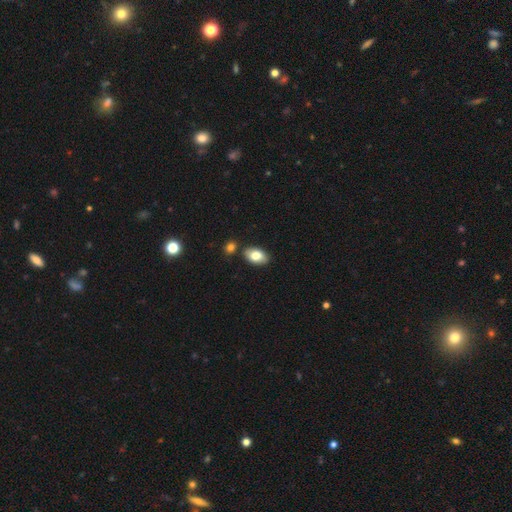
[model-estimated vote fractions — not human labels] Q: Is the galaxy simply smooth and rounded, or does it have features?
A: smooth — 80%.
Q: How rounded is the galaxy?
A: in between — 91%.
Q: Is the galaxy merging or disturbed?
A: none — 79%.